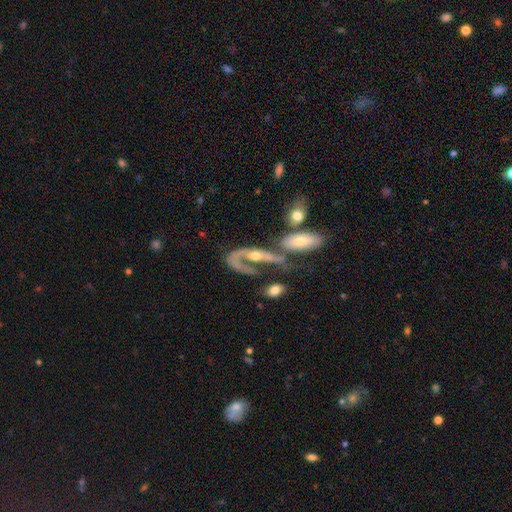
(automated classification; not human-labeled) The model was most divided on "merging": major disturbance: 34%, merger: 32%, none: 22%, minor disturbance: 11%. More confident: edge-on disk — no (88%); smooth or featured — featured or disk (72%); spiral arms — yes (70%); bar — no (63%); bulge size — moderate (53%).